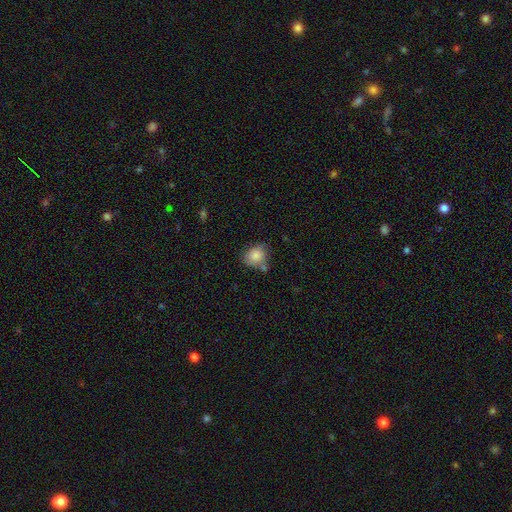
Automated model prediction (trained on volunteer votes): smooth-or-featured: smooth: 83% | featured or disk: 9% | star or artifact: 8%
  how-rounded: round: 58% | in between: 41% | cigar-shaped: 1%
  merging: none: 52% | minor disturbance: 24% | merger: 17% | major disturbance: 7%